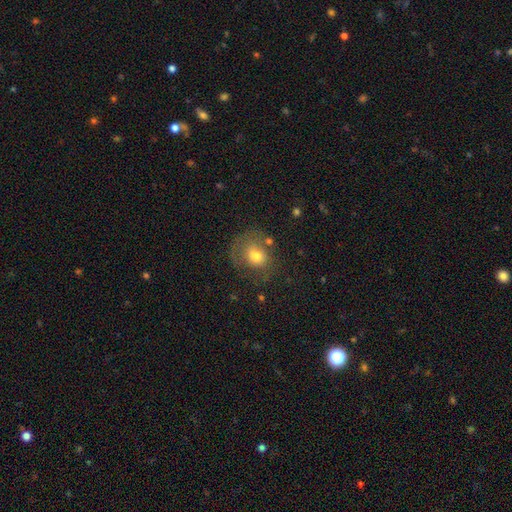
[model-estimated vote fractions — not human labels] Smooth or featured: smooth — 69% (featured or disk — 21%)
How rounded: round — 66% (in between — 33%)
Merging: none — 56% (minor disturbance — 23%)